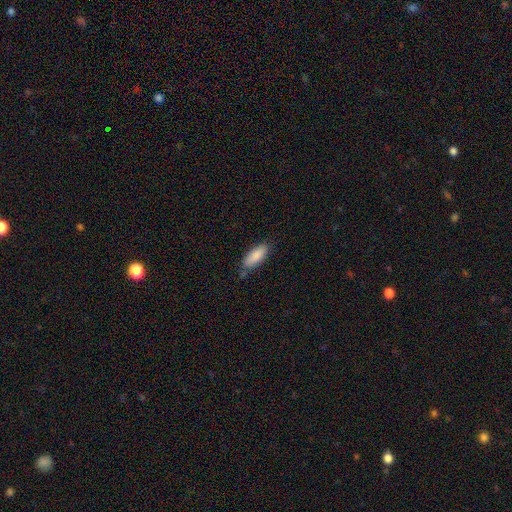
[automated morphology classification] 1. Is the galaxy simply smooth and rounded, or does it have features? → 86% smooth, 7% featured or disk, 6% star or artifact.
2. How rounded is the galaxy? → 73% in between, 25% cigar-shaped, 2% round.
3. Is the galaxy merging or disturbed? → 72% none, 20% minor disturbance, 4% major disturbance, 4% merger.